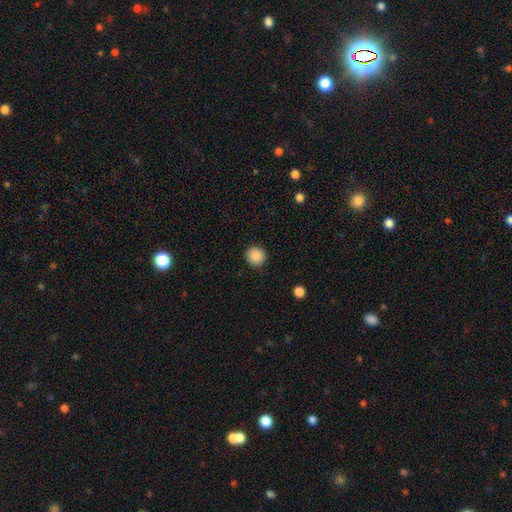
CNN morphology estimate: Smooth or featured: smooth — 88% (star or artifact — 8%)
How rounded: round — 93% (in between — 6%)
Merging: none — 91% (minor disturbance — 6%)